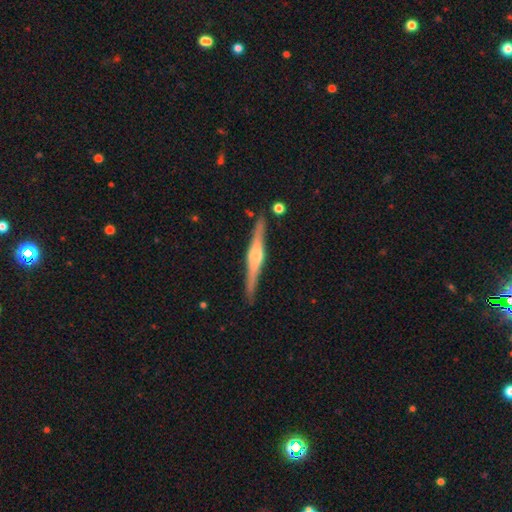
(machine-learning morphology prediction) Q: Smooth or featured?
A: featured or disk (78%); runner-up: smooth (17%)
Q: Edge-on disk?
A: yes (98%); runner-up: no (2%)
Q: Edge-on bulge?
A: rounded (82%); runner-up: boxy (13%)
Q: Merging?
A: none (88%); runner-up: minor disturbance (8%)